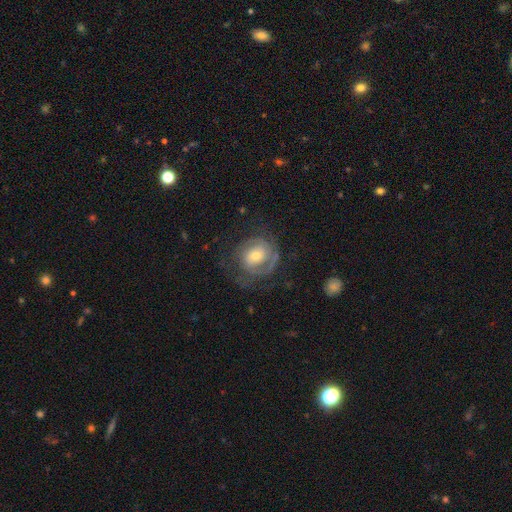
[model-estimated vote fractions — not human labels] Smooth or featured: featured or disk — 74% (smooth — 19%)
Edge-on disk: no — 97% (yes — 3%)
Bar: no — 60% (weak — 32%)
Spiral arms: yes — 87% (no — 13%)
Spiral winding: tight — 56% (medium — 32%)
Spiral arm count: 2 — 41% (can't tell — 28%)
Bulge size: moderate — 55% (small — 37%)
Merging: none — 61% (minor disturbance — 19%)